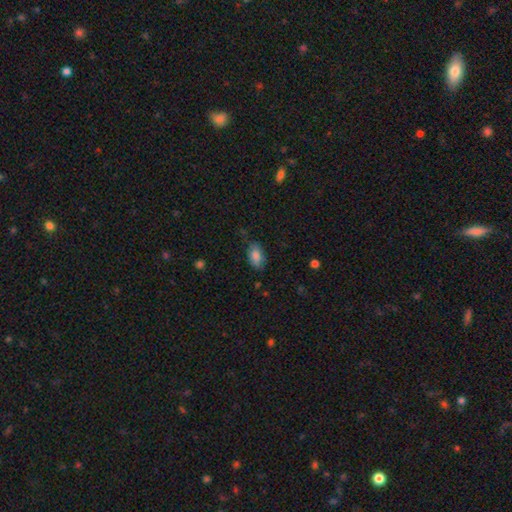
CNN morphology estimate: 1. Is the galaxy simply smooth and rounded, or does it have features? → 84% smooth, 8% featured or disk, 8% star or artifact.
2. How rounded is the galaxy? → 91% in between, 5% round, 4% cigar-shaped.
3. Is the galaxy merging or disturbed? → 74% none, 20% minor disturbance, 4% major disturbance, 2% merger.